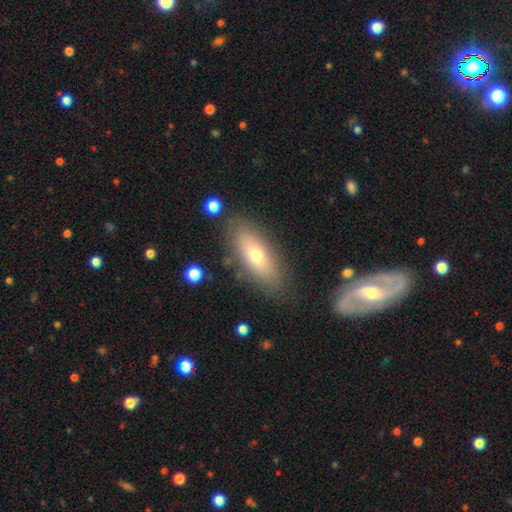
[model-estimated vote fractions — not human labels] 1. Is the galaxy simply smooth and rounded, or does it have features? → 61% smooth, 31% featured or disk, 8% star or artifact.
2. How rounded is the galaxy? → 73% in between, 23% cigar-shaped, 4% round.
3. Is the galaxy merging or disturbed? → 81% none, 12% minor disturbance, 4% major disturbance, 3% merger.